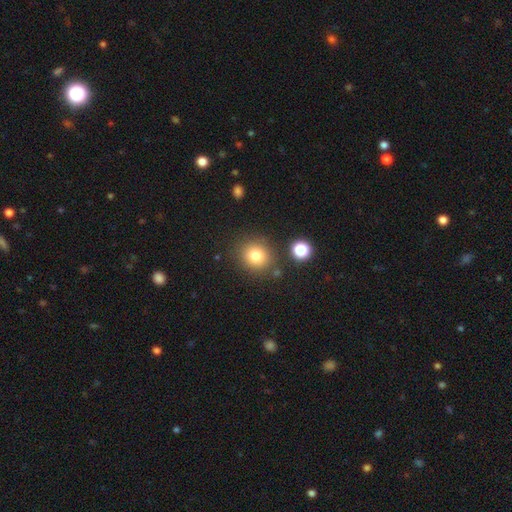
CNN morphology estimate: Q: Smooth or featured?
A: smooth (80%); runner-up: star or artifact (13%)
Q: How rounded?
A: round (84%); runner-up: in between (15%)
Q: Merging?
A: none (82%); runner-up: minor disturbance (9%)